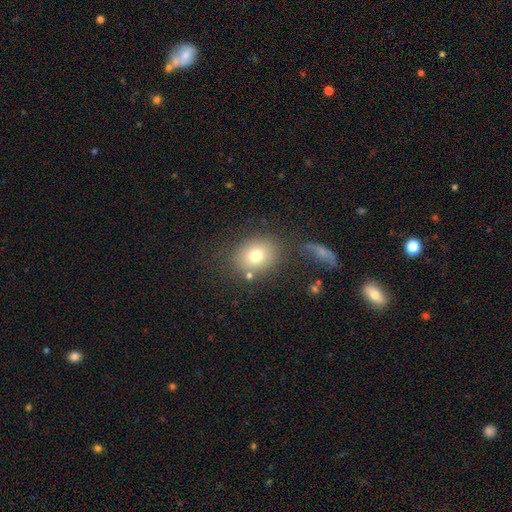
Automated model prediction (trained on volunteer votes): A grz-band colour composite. It shows a smooth galaxy with no disk features (76%) that is in between round and cigar-shaped (51%). Merging: none (75%).